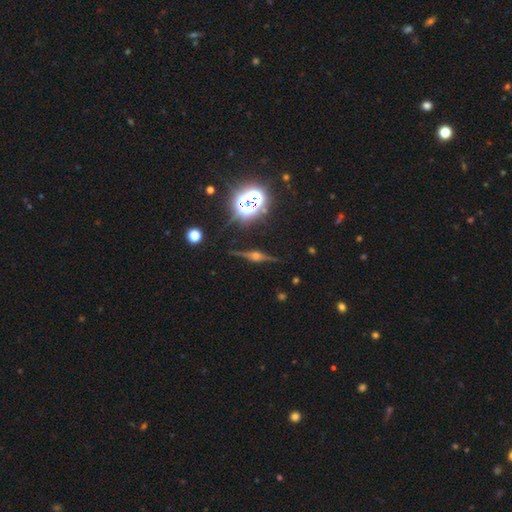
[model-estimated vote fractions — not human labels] smooth-or-featured: featured or disk: 75% | star or artifact: 14% | smooth: 10%
  disk-edge-on: yes: 96% | no: 4%
    edge-on-bulge: rounded: 93% | boxy: 5% | none: 2%
  merging: none: 88% | minor disturbance: 9% | major disturbance: 2% | merger: 2%